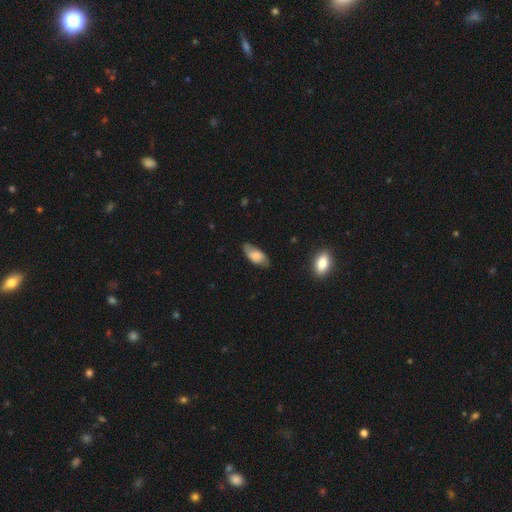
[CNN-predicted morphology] Smooth or featured?
  - smooth: 60% *
  - featured or disk: 32%
  - star or artifact: 7%
How rounded?
  - in between: 89% *
  - cigar-shaped: 8%
  - round: 3%
Merging?
  - none: 72% *
  - minor disturbance: 22%
  - major disturbance: 4%
  - merger: 1%